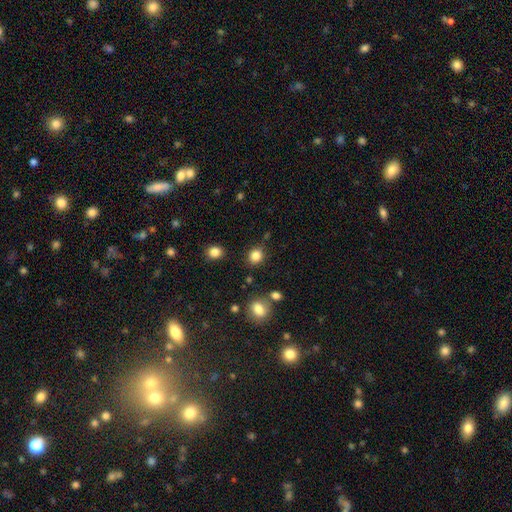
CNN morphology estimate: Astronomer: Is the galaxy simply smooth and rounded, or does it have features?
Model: smooth — 84%.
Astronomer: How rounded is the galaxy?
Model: round — 81%.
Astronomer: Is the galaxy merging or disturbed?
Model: none — 83%.